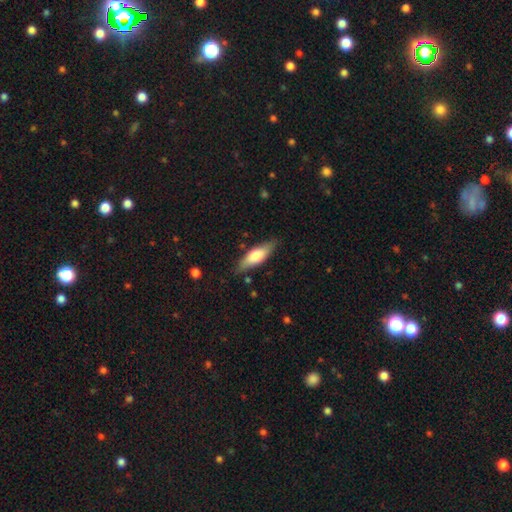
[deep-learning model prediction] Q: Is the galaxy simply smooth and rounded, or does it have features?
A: smooth — 66%.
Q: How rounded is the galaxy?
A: in between — 54%.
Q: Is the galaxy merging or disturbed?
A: none — 81%.